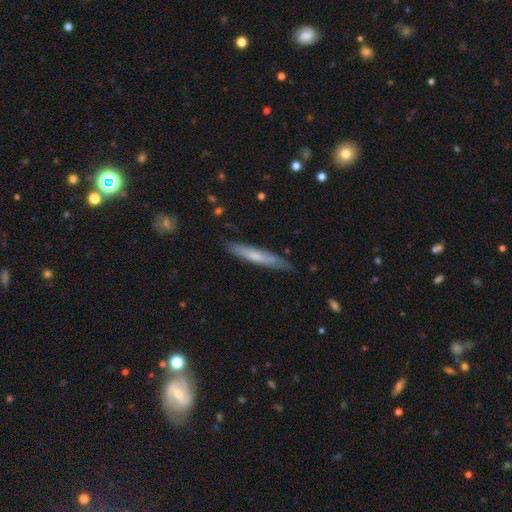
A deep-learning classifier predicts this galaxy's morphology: A smooth galaxy with no disk features (57%) that is cigar-shaped (93%).

Vote fractions:
- Smooth or featured? smooth: 57% / featured or disk: 37% / star or artifact: 6%
- How rounded? cigar-shaped: 93% / in between: 6% / round: 1%
- Merging? none: 81% / minor disturbance: 15% / major disturbance: 2% / merger: 1%